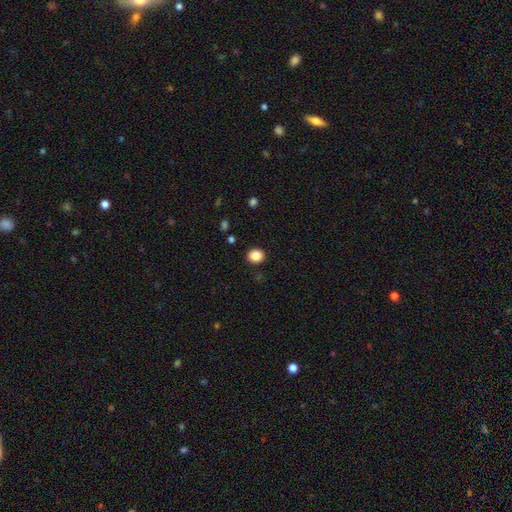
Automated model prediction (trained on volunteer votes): Smooth or featured? smooth (87%)
How rounded? round (69%)
Merging? none (90%)